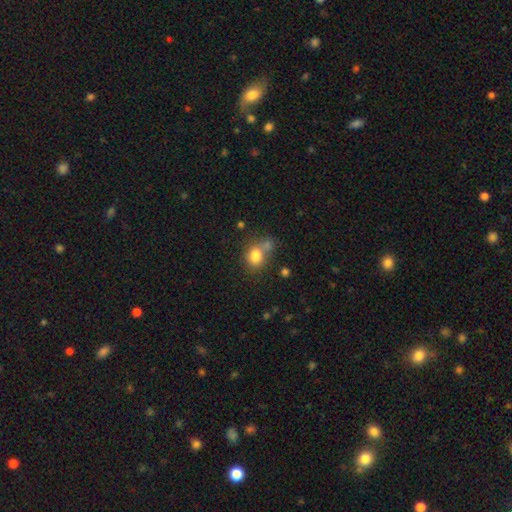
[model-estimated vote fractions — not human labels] smooth-or-featured: smooth: 80% | star or artifact: 11% | featured or disk: 9%
  how-rounded: round: 62% | in between: 37% | cigar-shaped: 1%
  merging: none: 51% | merger: 29% | minor disturbance: 15% | major disturbance: 6%